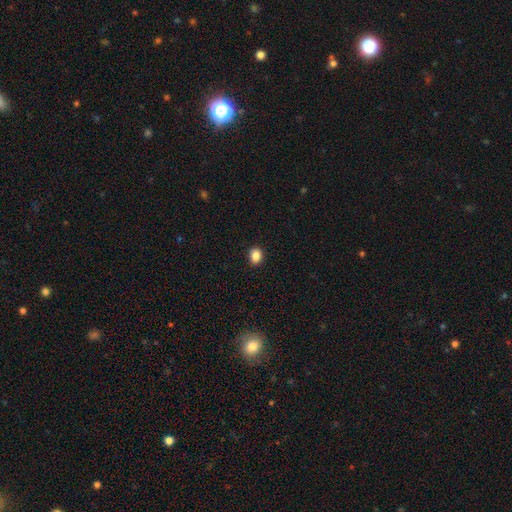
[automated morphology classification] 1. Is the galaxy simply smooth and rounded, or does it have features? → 87% smooth, 10% star or artifact, 3% featured or disk.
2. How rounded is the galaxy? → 51% in between, 48% round, 1% cigar-shaped.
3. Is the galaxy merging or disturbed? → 91% none, 7% minor disturbance, 2% major disturbance, 1% merger.